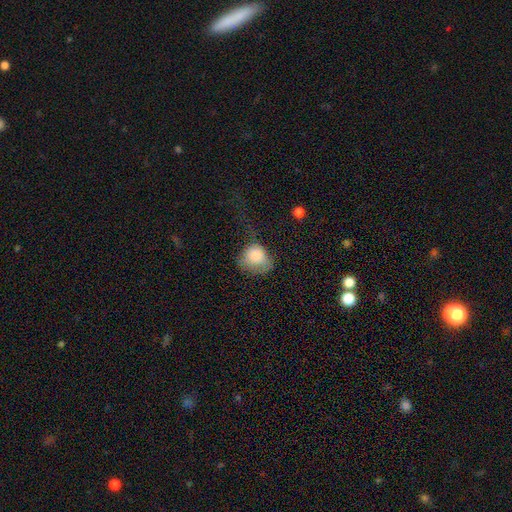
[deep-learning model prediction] The model was most divided on "merging": major disturbance: 36%, minor disturbance: 32%, none: 29%, merger: 3%. More confident: smooth or featured — smooth (82%); how rounded — round (63%).